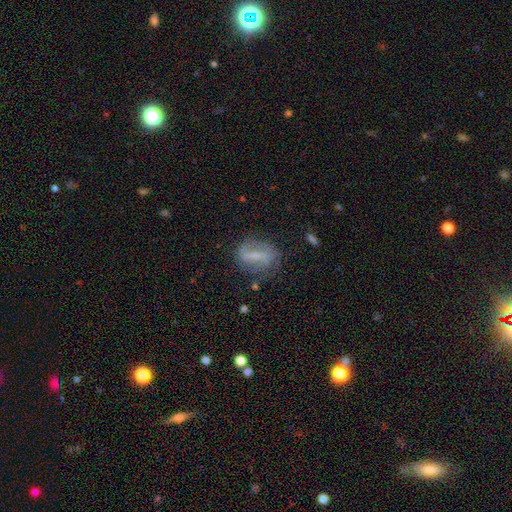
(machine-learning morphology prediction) Q: Smooth or featured?
A: featured or disk (56%); runner-up: smooth (34%)
Q: Edge-on disk?
A: no (89%); runner-up: yes (11%)
Q: Merging?
A: none (66%); runner-up: minor disturbance (20%)